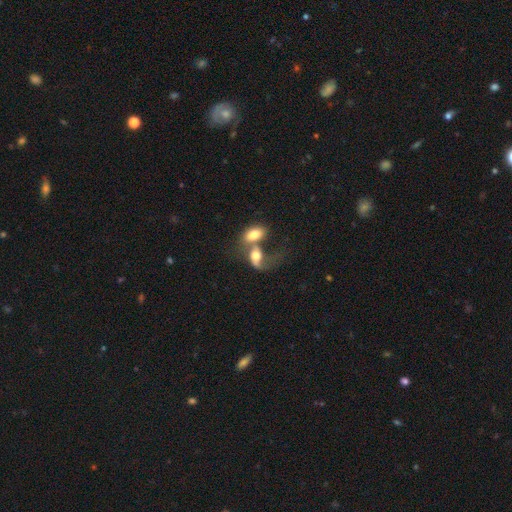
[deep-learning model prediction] Smooth or featured? smooth (58%)
How rounded? in between (79%)
Merging? merger (73%)